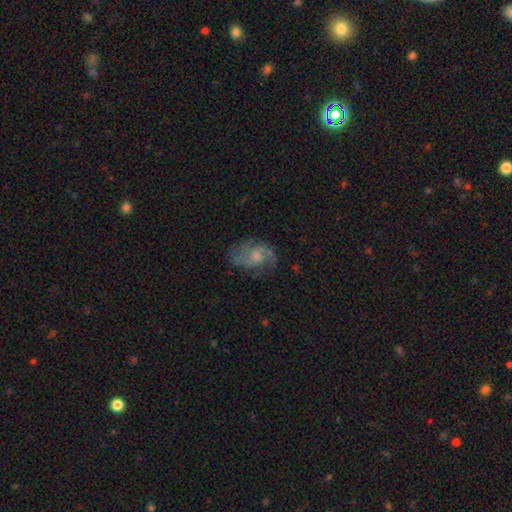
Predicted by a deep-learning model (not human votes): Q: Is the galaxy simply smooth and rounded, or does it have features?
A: featured or disk — 67%.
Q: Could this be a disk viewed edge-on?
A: no — 97%.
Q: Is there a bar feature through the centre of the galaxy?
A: no — 67%.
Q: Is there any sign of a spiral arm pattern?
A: yes — 86%.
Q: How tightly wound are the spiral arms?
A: medium — 46%.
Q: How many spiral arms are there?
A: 2 — 63%.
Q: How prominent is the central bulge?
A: small — 38%, tied with moderate.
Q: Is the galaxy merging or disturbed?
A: none — 60%.